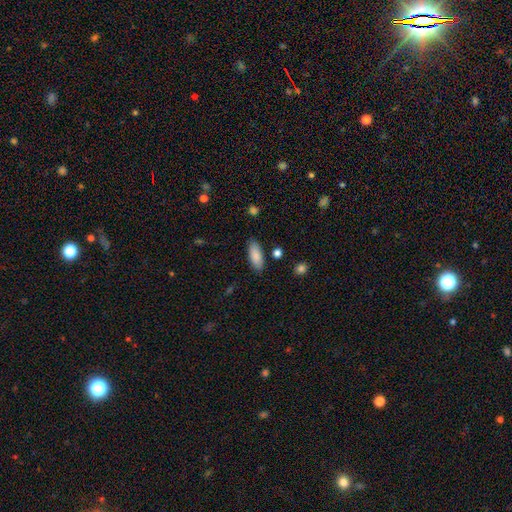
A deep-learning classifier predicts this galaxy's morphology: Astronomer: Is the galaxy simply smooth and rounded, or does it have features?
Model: smooth — 87%.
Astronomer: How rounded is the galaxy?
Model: in between — 79%.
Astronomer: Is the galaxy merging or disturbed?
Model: none — 85%.